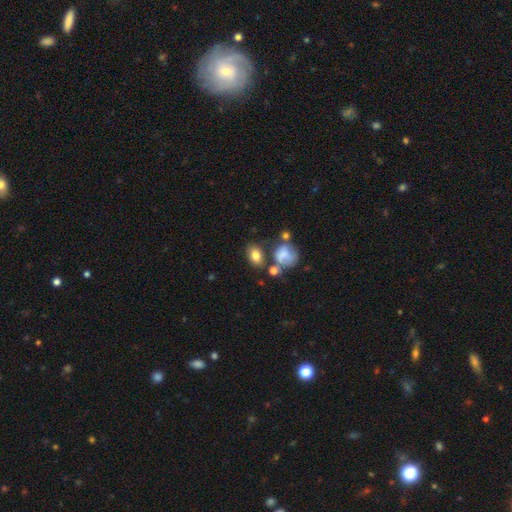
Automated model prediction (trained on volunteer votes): Morphology: type=smooth (77%); roundness=in between (76%); merging=none (60%).